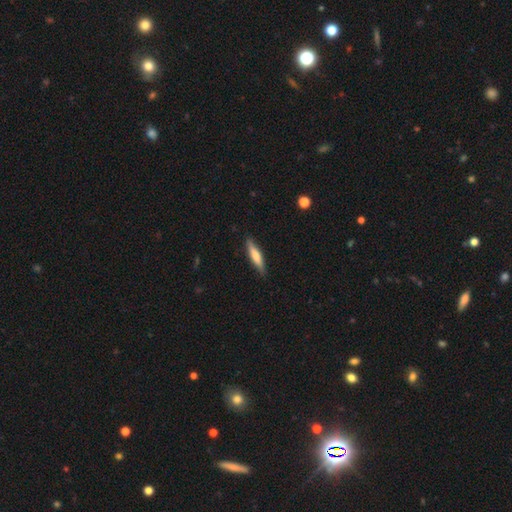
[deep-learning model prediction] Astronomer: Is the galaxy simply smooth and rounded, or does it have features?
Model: smooth — 67%.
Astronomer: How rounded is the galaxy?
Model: cigar-shaped — 82%.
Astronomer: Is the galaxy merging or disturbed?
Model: none — 87%.